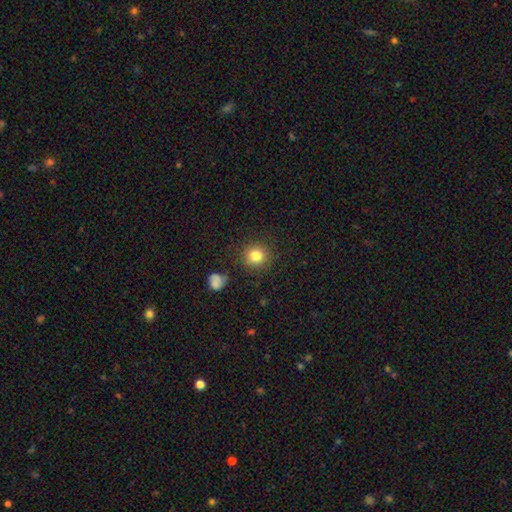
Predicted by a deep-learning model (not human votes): Smooth or featured? Predicted: smooth (p=0.82). How rounded? Predicted: round (p=0.91). Merging? Predicted: none (p=0.87).